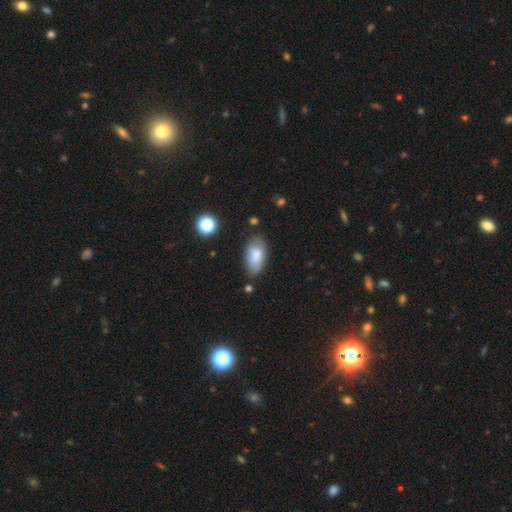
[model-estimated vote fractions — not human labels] smooth-or-featured: smooth: 80% | featured or disk: 13% | star or artifact: 7%
  how-rounded: in between: 92% | cigar-shaped: 5% | round: 3%
  merging: none: 74% | minor disturbance: 18% | major disturbance: 4% | merger: 3%